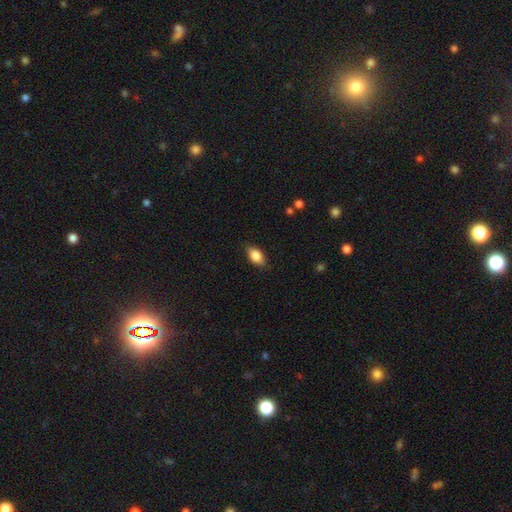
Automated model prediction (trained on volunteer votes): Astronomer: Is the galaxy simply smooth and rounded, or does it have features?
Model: smooth — 85%.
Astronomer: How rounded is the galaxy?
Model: in between — 89%.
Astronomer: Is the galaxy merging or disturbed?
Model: none — 83%.